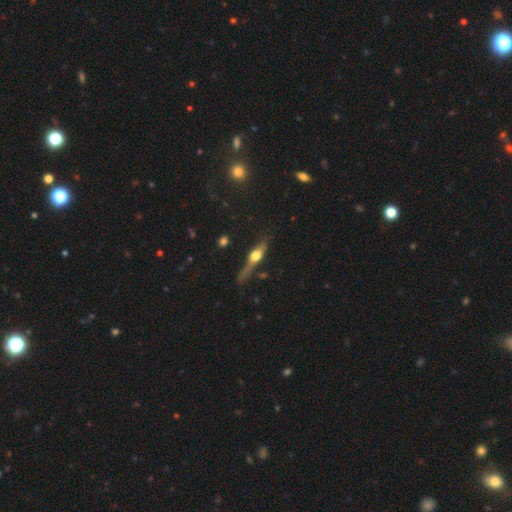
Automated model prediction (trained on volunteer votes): Q: Smooth or featured?
A: featured or disk (56%); runner-up: smooth (35%)
Q: Edge-on disk?
A: yes (88%); runner-up: no (12%)
Q: Merging?
A: none (56%); runner-up: minor disturbance (23%)